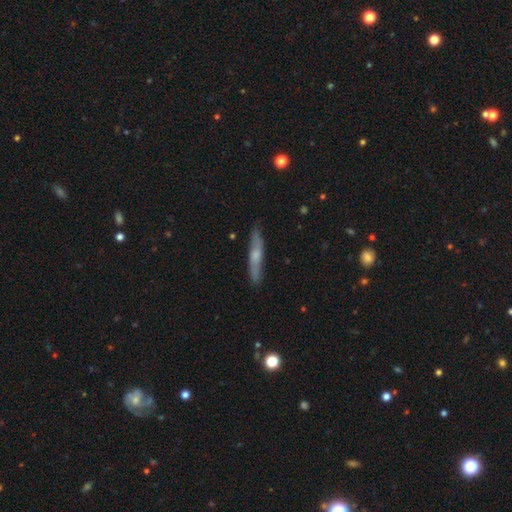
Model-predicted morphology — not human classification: The model was most divided on "smooth or featured": featured or disk: 48%, smooth: 45%, star or artifact: 6%. More confident: merging — none (86%).